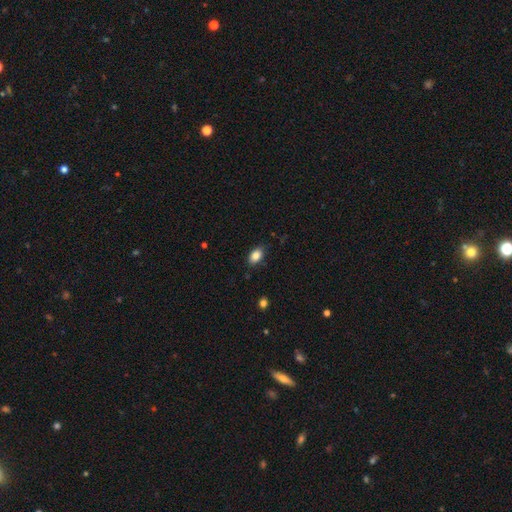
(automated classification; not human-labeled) A smooth galaxy with no disk features (85%) that is in between round and cigar-shaped (89%).

Vote fractions:
- Smooth or featured? smooth: 85% / star or artifact: 8% / featured or disk: 6%
- How rounded? in between: 89% / round: 9% / cigar-shaped: 2%
- Merging? none: 83% / minor disturbance: 13% / major disturbance: 3% / merger: 1%